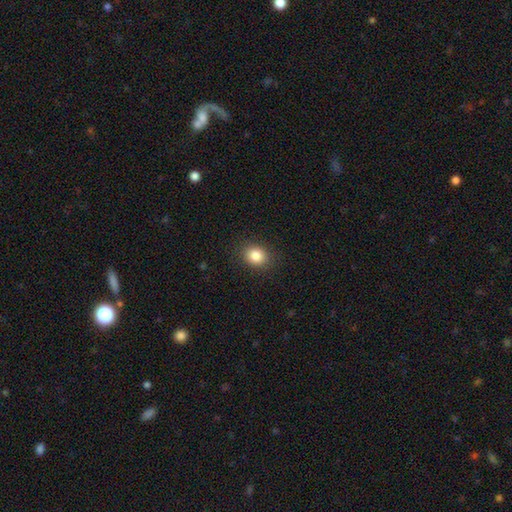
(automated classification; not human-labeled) smooth-or-featured: smooth: 85% | star or artifact: 10% | featured or disk: 6%
  how-rounded: round: 54% | in between: 45% | cigar-shaped: 1%
  merging: none: 87% | minor disturbance: 9% | major disturbance: 3% | merger: 1%